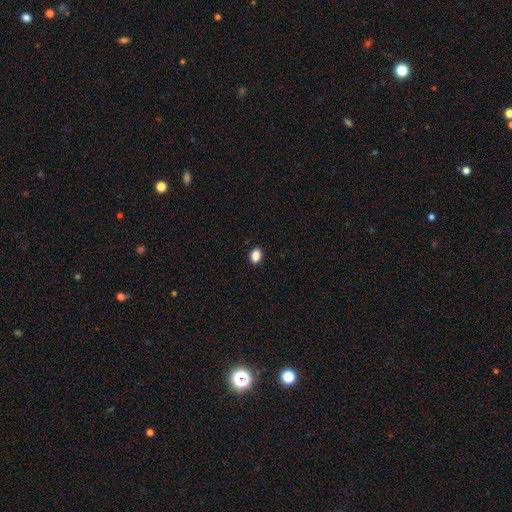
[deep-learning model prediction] Smooth or featured? Predicted: smooth (p=0.87). How rounded? Predicted: in between (p=0.67). Merging? Predicted: none (p=0.91).